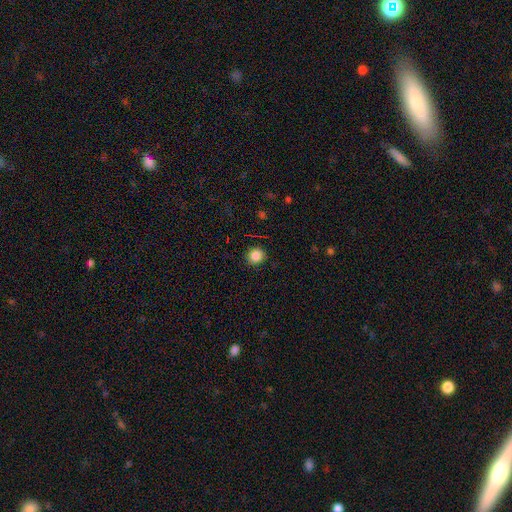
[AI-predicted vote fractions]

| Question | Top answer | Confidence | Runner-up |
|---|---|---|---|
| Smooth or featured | smooth | 85% | star or artifact (11%) |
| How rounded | round | 88% | in between (11%) |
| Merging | none | 89% | minor disturbance (8%) |